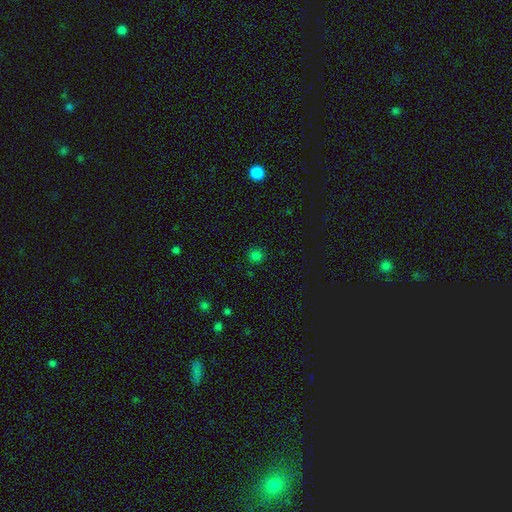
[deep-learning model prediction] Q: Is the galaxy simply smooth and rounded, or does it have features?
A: smooth — 76%.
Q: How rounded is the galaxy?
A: round — 92%.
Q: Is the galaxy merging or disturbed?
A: none — 88%.